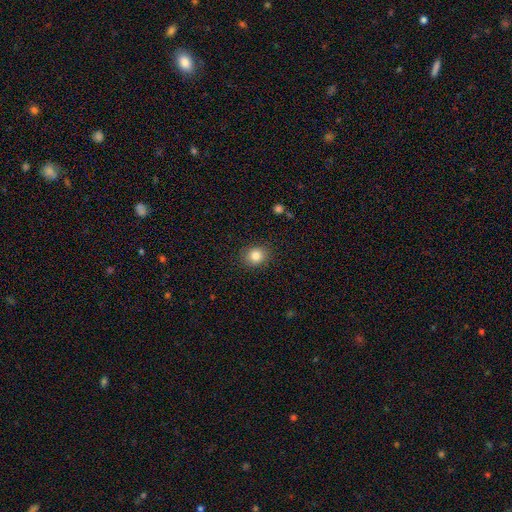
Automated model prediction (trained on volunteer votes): smooth 83%, star or artifact 10%, featured or disk 6%. Down the decision tree: how rounded — round (70%); merging — none (88%).